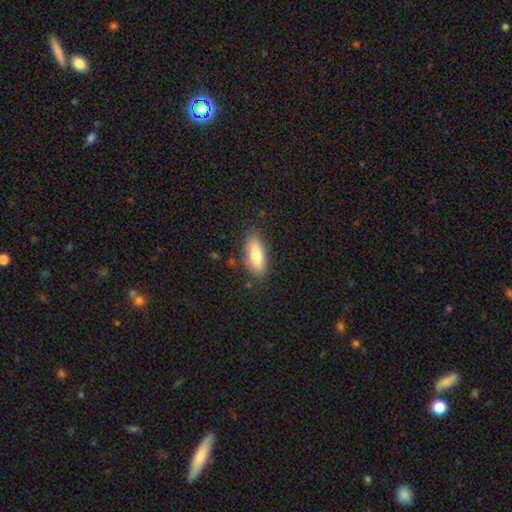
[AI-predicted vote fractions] smooth_or_featured: smooth (p=0.73) [alt: featured or disk p=0.20]
how_rounded: in between (p=0.76) [alt: cigar-shaped p=0.21]
merging: none (p=0.81) [alt: minor disturbance p=0.14]